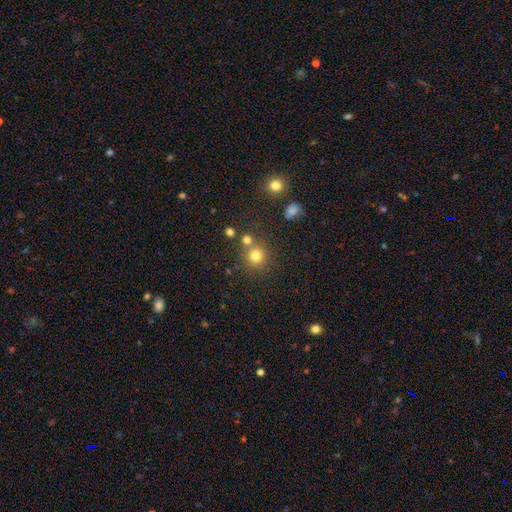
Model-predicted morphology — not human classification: Q: Smooth or featured?
A: smooth (77%); runner-up: star or artifact (15%)
Q: How rounded?
A: round (89%); runner-up: in between (10%)
Q: Merging?
A: none (68%); runner-up: merger (18%)